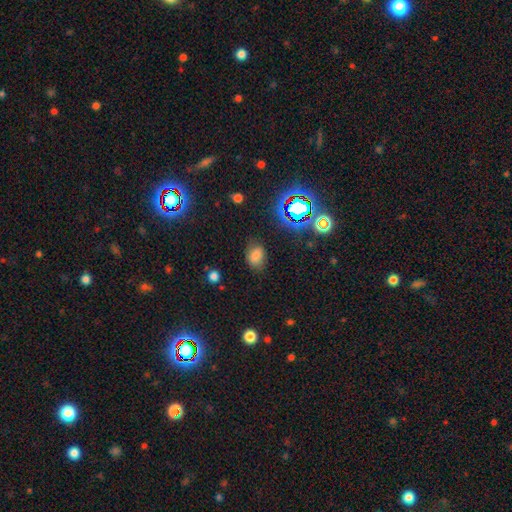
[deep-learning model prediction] A smooth galaxy with no disk features (72%) that is in between round and cigar-shaped (78%). Merging: none (72%).